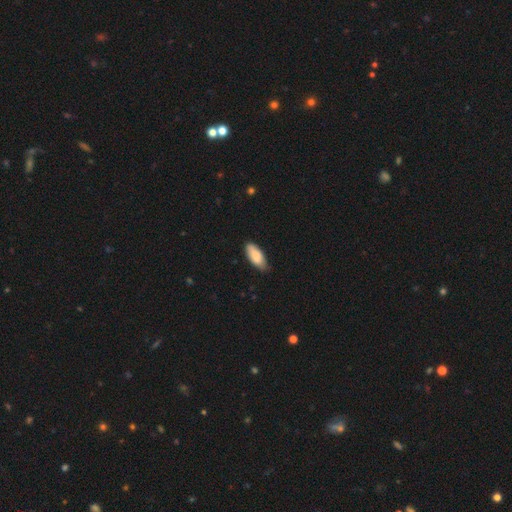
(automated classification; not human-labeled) Overall: smooth (86%). How rounded: in between (82%). Merging: none (76%).